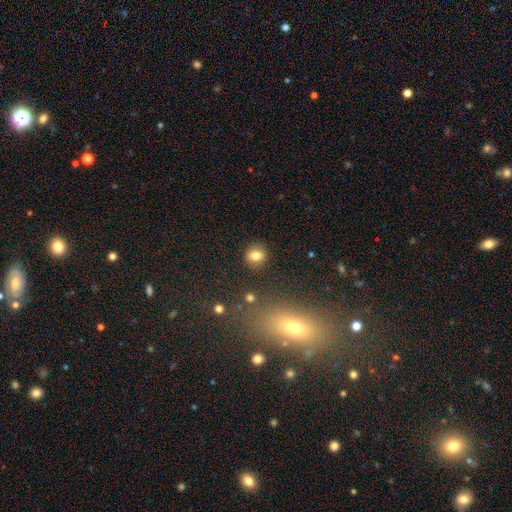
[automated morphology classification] Q: Smooth or featured?
A: smooth (79%); runner-up: star or artifact (11%)
Q: How rounded?
A: round (77%); runner-up: in between (22%)
Q: Merging?
A: none (88%); runner-up: minor disturbance (8%)